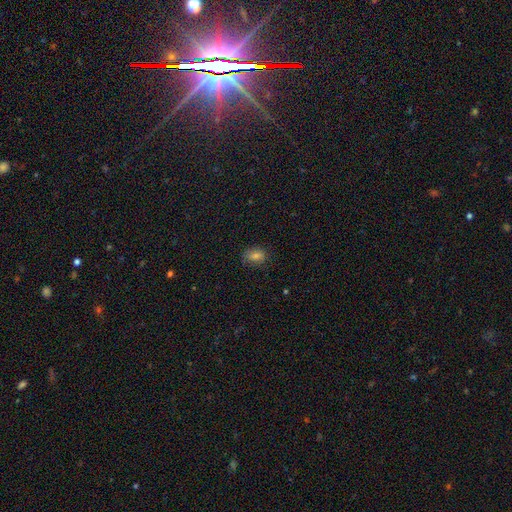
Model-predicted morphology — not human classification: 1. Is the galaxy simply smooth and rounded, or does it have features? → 71% smooth, 18% star or artifact, 11% featured or disk.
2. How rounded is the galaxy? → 70% in between, 29% round, 2% cigar-shaped.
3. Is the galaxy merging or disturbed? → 77% none, 18% minor disturbance, 4% major disturbance, 1% merger.